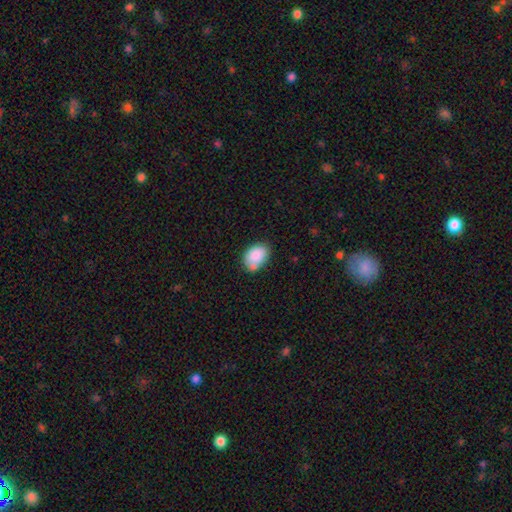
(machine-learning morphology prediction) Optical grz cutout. It shows a smooth galaxy with no disk features (85%) that is in between round and cigar-shaped (82%). Merging: none (62%).